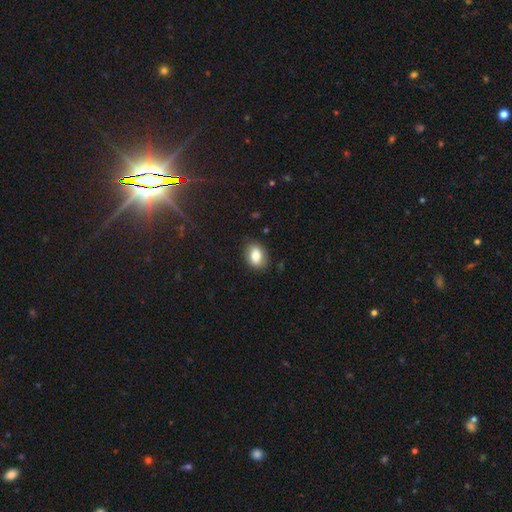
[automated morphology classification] Smooth or featured: smooth — 79% (featured or disk — 13%)
How rounded: in between — 80% (round — 18%)
Merging: none — 84% (minor disturbance — 12%)